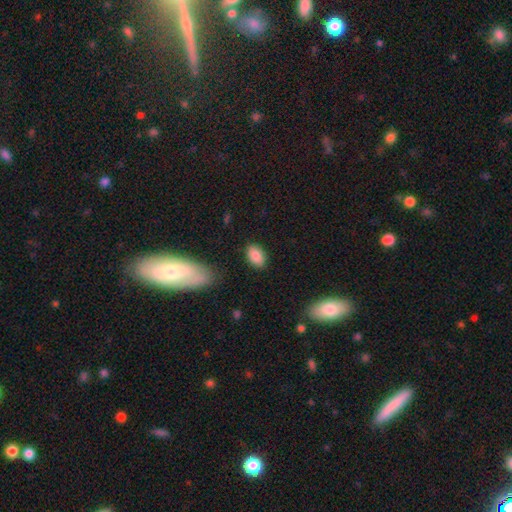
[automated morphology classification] smooth-or-featured: smooth: 87% | star or artifact: 8% | featured or disk: 6%
  how-rounded: in between: 90% | round: 9% | cigar-shaped: 2%
  merging: none: 85% | minor disturbance: 10% | major disturbance: 3% | merger: 2%